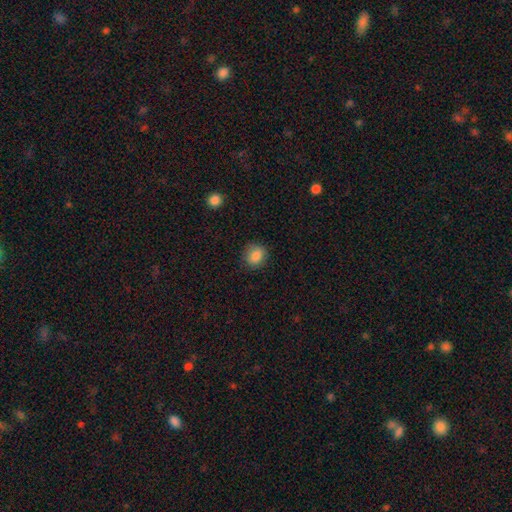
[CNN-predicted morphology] Q: Smooth or featured?
A: smooth (86%); runner-up: star or artifact (9%)
Q: How rounded?
A: round (70%); runner-up: in between (29%)
Q: Merging?
A: none (81%); runner-up: minor disturbance (14%)